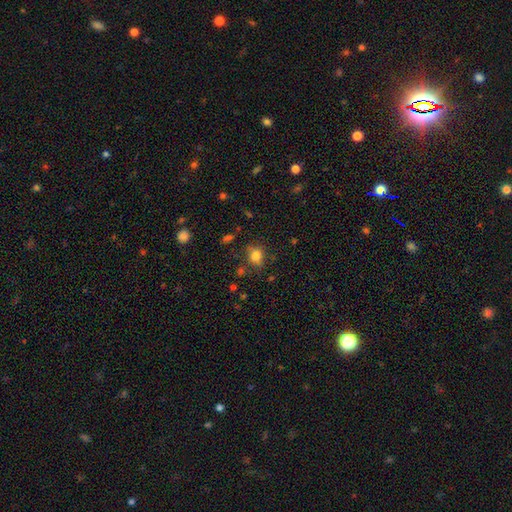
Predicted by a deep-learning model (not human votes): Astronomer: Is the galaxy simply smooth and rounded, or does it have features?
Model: smooth — 79%.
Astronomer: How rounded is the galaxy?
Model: round — 58% (runner-up: in between, 41%).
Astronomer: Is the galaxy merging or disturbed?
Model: none — 71%.